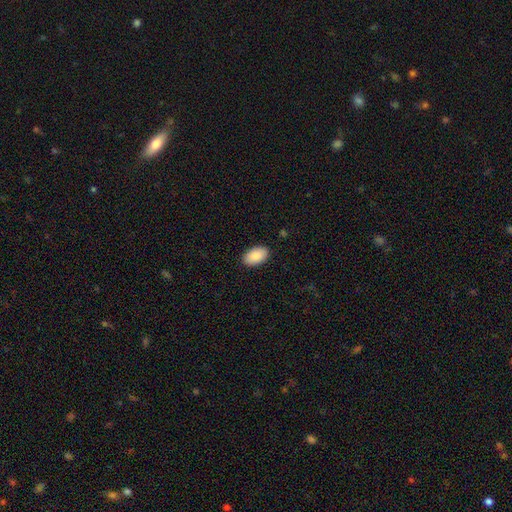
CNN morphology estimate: type=smooth (89%); roundness=in between (95%); merging=none (90%).